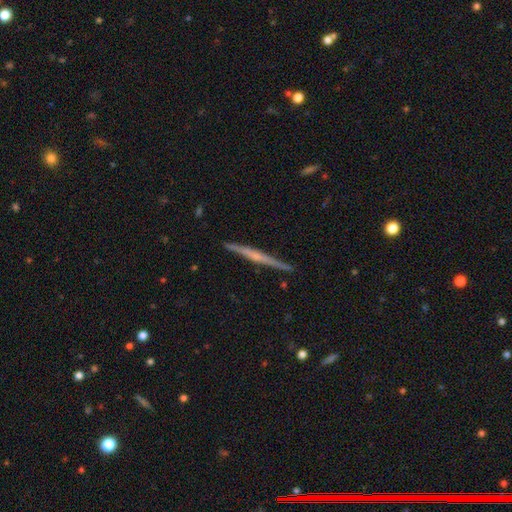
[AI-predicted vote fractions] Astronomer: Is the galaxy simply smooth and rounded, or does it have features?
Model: featured or disk — 72%.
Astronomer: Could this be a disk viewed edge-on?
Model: yes — 98%.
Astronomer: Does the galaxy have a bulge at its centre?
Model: rounded — 49% (runner-up: none, 40%).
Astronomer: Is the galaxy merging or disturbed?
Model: none — 91%.